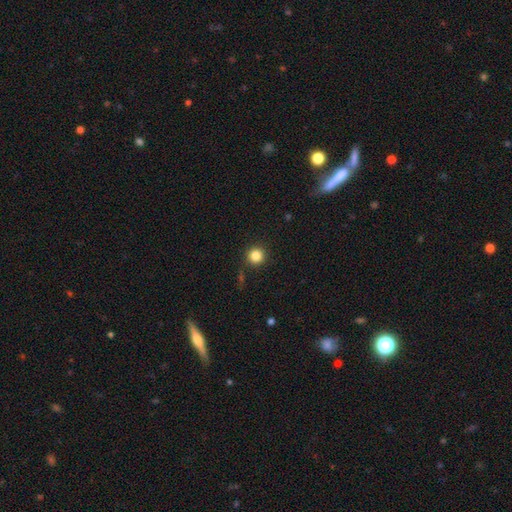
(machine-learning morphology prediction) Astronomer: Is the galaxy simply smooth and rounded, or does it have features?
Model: smooth — 84%.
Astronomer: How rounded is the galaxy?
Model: round — 95%.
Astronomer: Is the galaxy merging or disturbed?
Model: none — 90%.